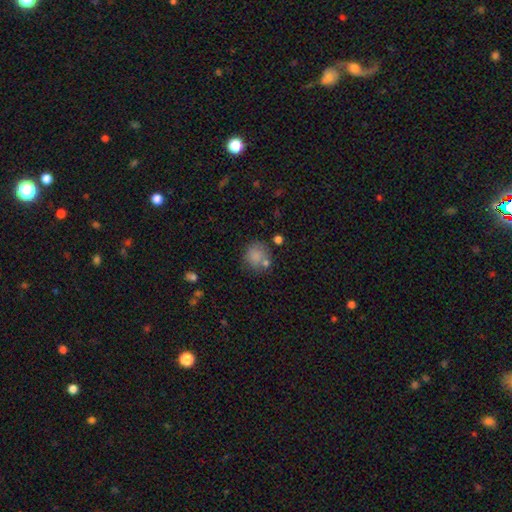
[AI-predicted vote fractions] Smooth or featured: smooth — 78% (featured or disk — 12%)
How rounded: round — 80% (in between — 19%)
Merging: none — 59% (minor disturbance — 18%)